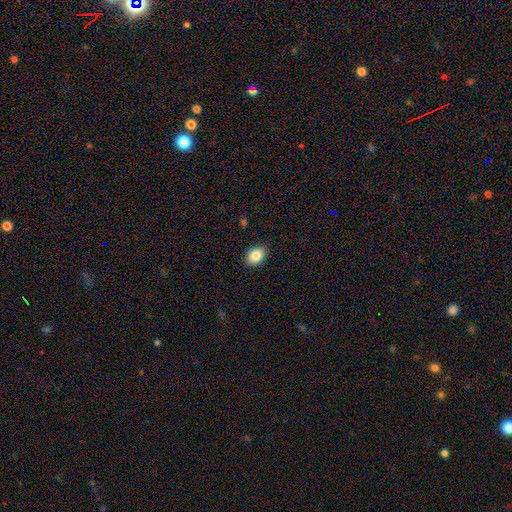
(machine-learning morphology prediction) The model was most divided on "how rounded": in between: 75%, round: 24%, cigar-shaped: 1%. More confident: merging — none (88%); smooth or featured — smooth (86%).